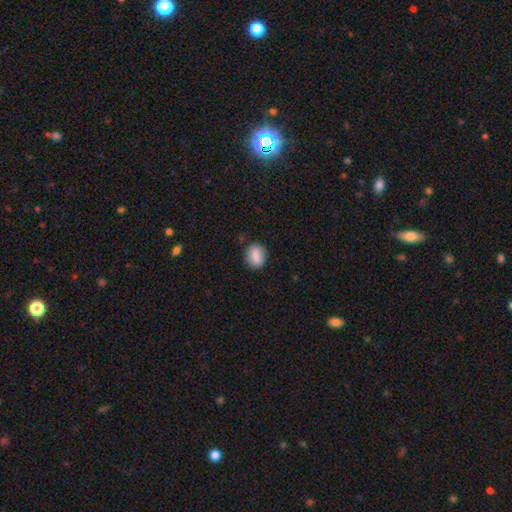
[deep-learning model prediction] Smooth or featured? Predicted: smooth (p=0.85). How rounded? Predicted: in between (p=0.51). Merging? Predicted: none (p=0.80).